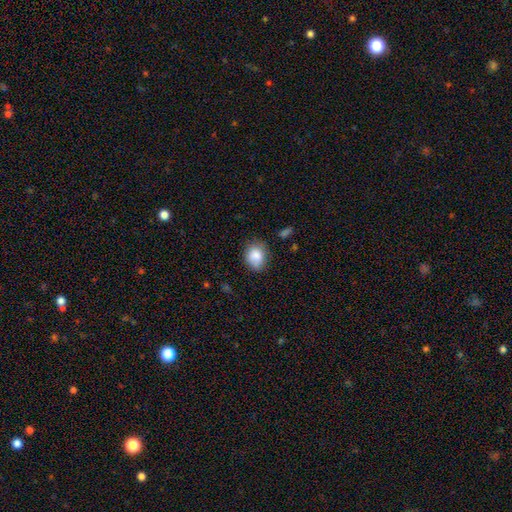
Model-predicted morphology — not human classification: Smooth or featured? Predicted: smooth (p=0.84). How rounded? Predicted: round (p=0.53). Merging? Predicted: none (p=0.67).